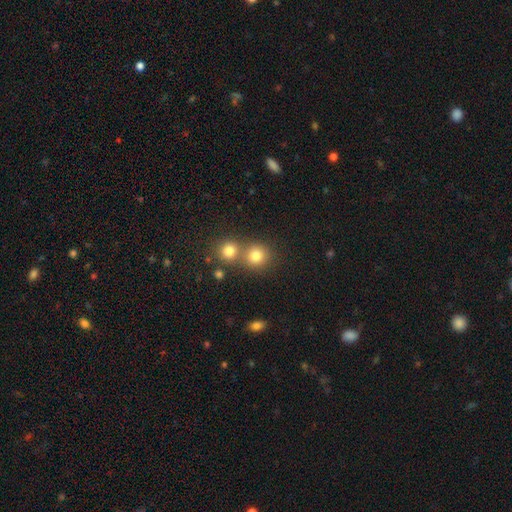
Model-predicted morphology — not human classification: A smooth galaxy with no disk features (80%) that is round (87%).

Vote fractions:
- Smooth or featured? smooth: 80% / star or artifact: 13% / featured or disk: 7%
- How rounded? round: 87% / in between: 12% / cigar-shaped: 1%
- Merging? none: 56% / merger: 35% / minor disturbance: 7% / major disturbance: 3%